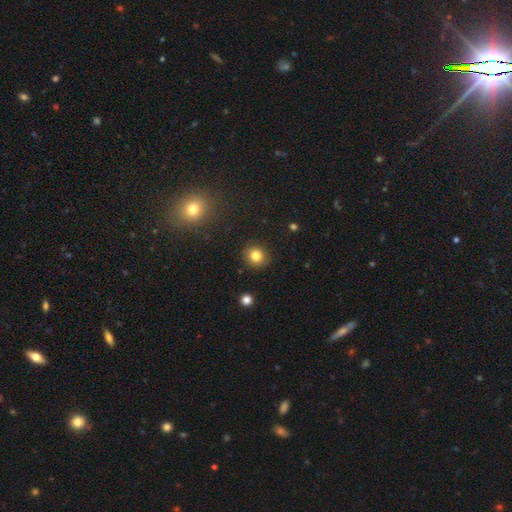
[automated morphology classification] Smooth or featured: smooth — 82% (star or artifact — 11%)
How rounded: round — 87% (in between — 12%)
Merging: none — 90% (minor disturbance — 6%)